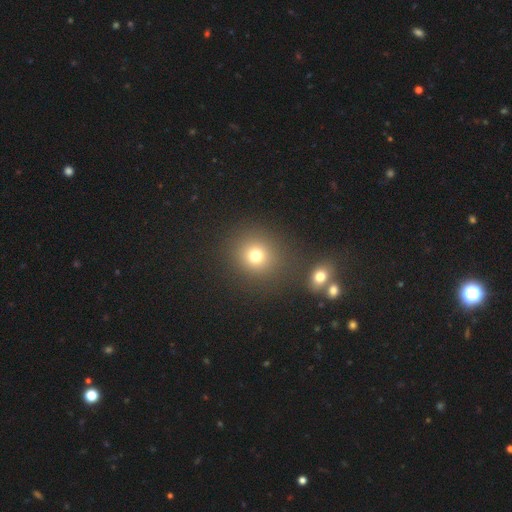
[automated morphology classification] Smooth or featured? smooth (74%)
How rounded? round (88%)
Merging? none (79%)